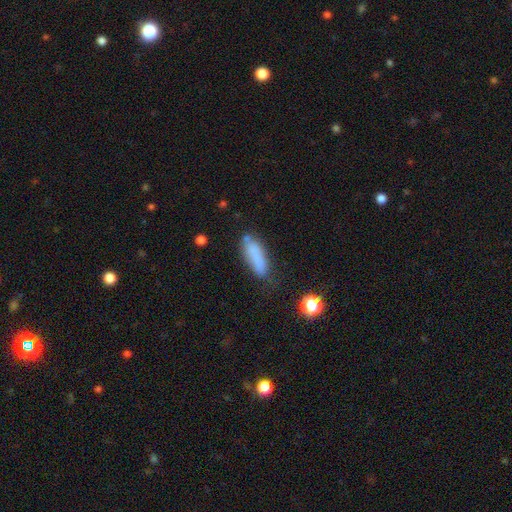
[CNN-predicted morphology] Overall: smooth (79%). How rounded: in between (55%; cigar-shaped 43%). Merging: none (58%; minor disturbance 26%).